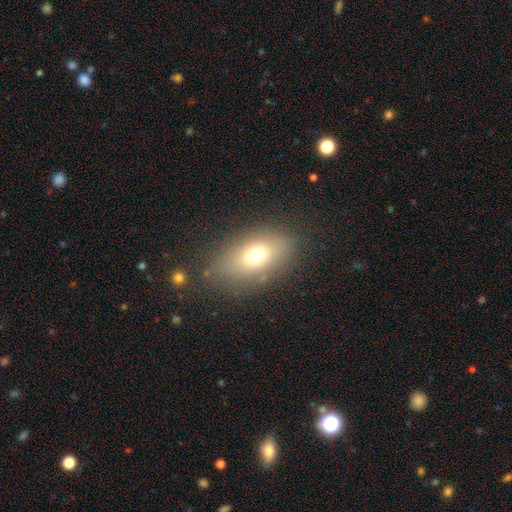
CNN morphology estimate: Q: Smooth or featured?
A: smooth (69%); runner-up: featured or disk (18%)
Q: How rounded?
A: in between (84%); runner-up: round (12%)
Q: Merging?
A: none (79%); runner-up: minor disturbance (13%)